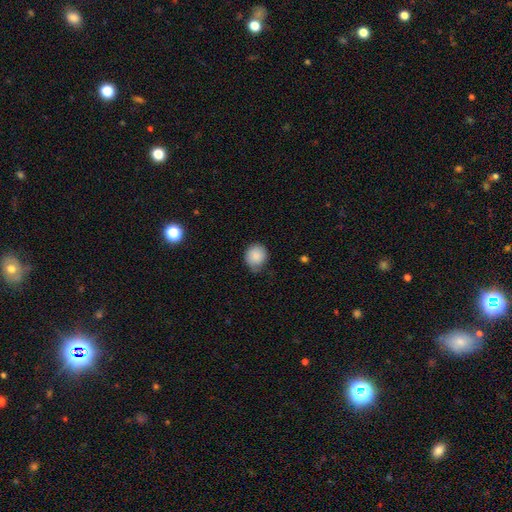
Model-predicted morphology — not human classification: Smooth or featured? Predicted: smooth (p=0.87). How rounded? Predicted: round (p=0.75). Merging? Predicted: none (p=0.64).